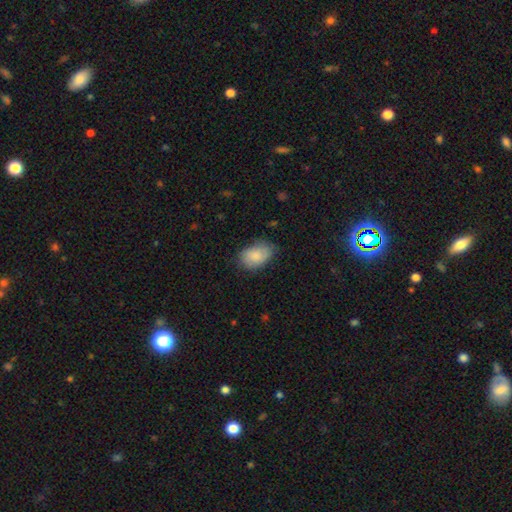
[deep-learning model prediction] Smooth or featured: smooth — 84% (featured or disk — 10%)
How rounded: in between — 86% (round — 12%)
Merging: none — 68% (minor disturbance — 25%)